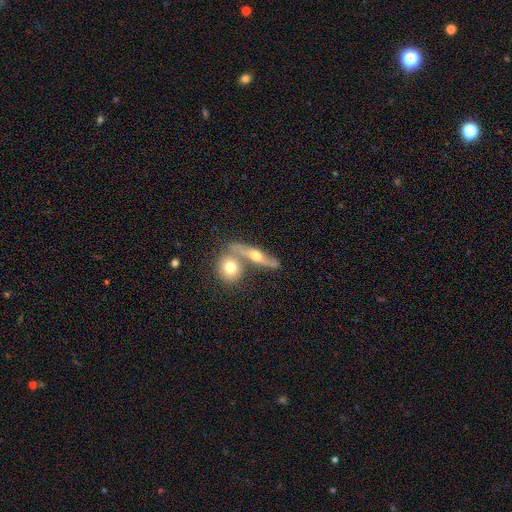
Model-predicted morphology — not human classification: featured or disk 60%, smooth 33%, star or artifact 7%. Down the decision tree: edge-on disk — yes (61%); merging — none (51%).